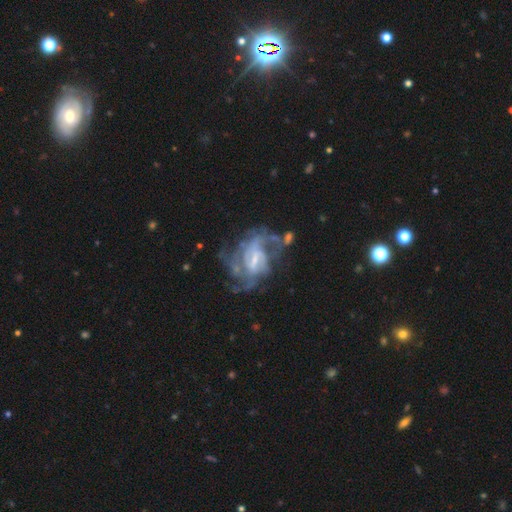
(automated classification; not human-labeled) Morphology: type=featured or disk (82%); edge-on=no (97%); bar=weak (51%); spiral arms=yes (87%); winding=medium (45%); arm count=can't tell (38%); bulge=small (43%); merging=none (49%).